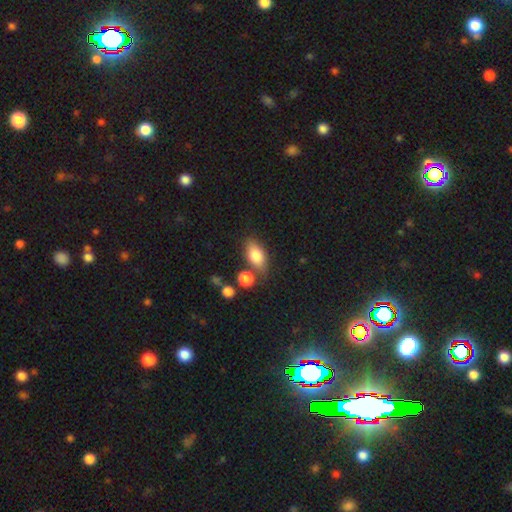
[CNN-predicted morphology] Smooth or featured: smooth — 80% (featured or disk — 12%)
How rounded: in between — 88% (round — 8%)
Merging: none — 67% (minor disturbance — 16%)